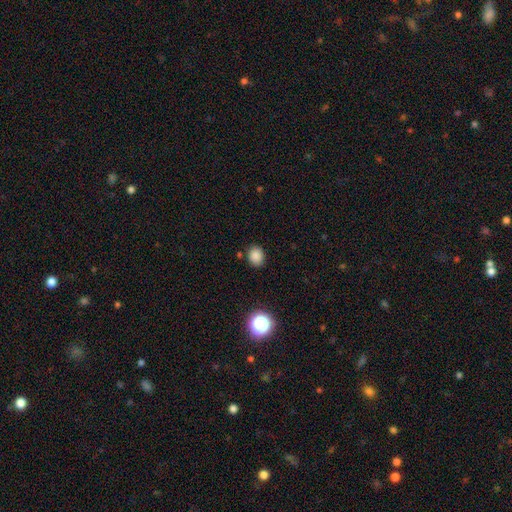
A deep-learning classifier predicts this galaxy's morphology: Q: Smooth or featured?
A: smooth (84%); runner-up: star or artifact (12%)
Q: How rounded?
A: round (60%); runner-up: in between (39%)
Q: Merging?
A: none (84%); runner-up: minor disturbance (10%)